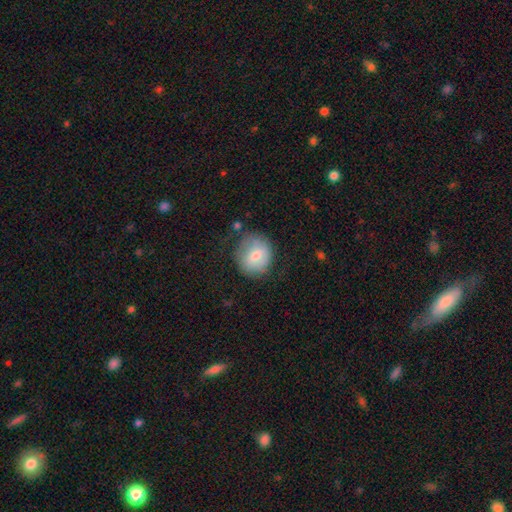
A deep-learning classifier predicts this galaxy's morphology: This appears to be a smooth galaxy with no disk features (71%) that is round (82%). Merging: none (66%).